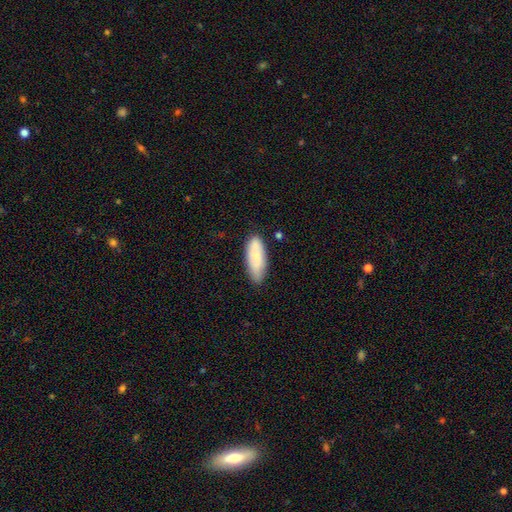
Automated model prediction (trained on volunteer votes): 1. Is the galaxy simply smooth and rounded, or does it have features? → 77% smooth, 16% featured or disk, 6% star or artifact.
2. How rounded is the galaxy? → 77% in between, 21% cigar-shaped, 2% round.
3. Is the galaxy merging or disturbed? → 76% none, 19% minor disturbance, 3% major disturbance, 2% merger.